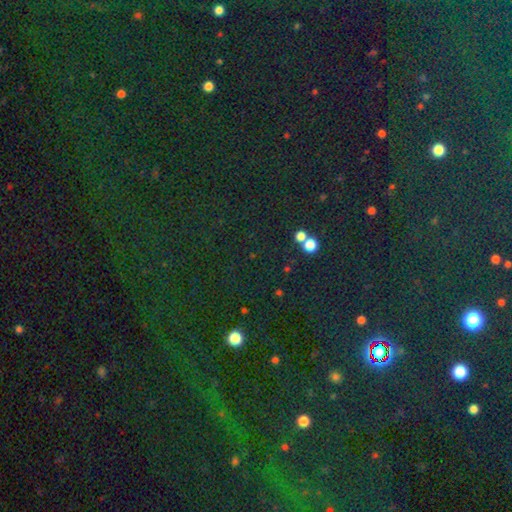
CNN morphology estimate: type=star or artifact (80%).